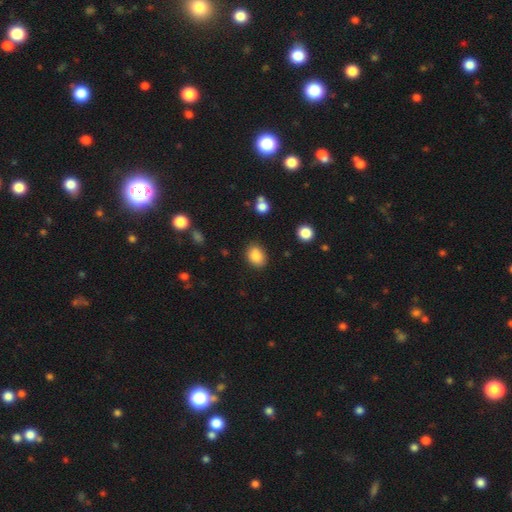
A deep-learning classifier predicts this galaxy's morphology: A smooth galaxy with no disk features (86%) that is in between round and cigar-shaped (67%).

Vote fractions:
- Smooth or featured? smooth: 86% / star or artifact: 9% / featured or disk: 5%
- How rounded? in between: 67% / round: 32% / cigar-shaped: 1%
- Merging? none: 85% / minor disturbance: 10% / major disturbance: 3% / merger: 2%